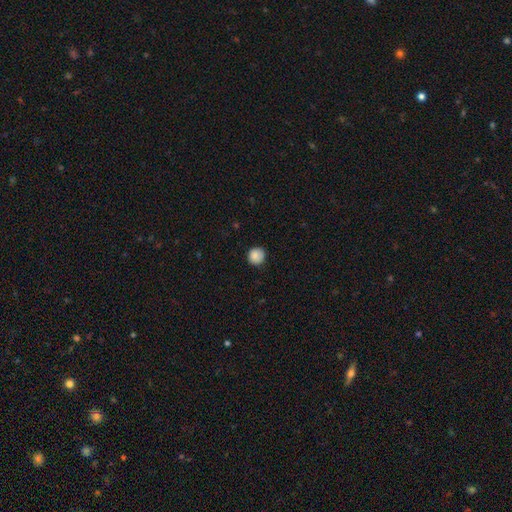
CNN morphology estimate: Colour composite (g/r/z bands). It shows a smooth galaxy with no disk features (87%) that is round (92%). Merging: none (85%).